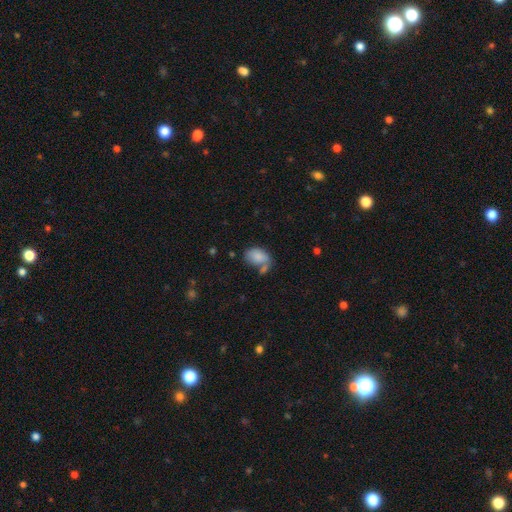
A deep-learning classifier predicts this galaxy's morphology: Smooth or featured? smooth (81%)
How rounded? in between (87%)
Merging? none (42%)